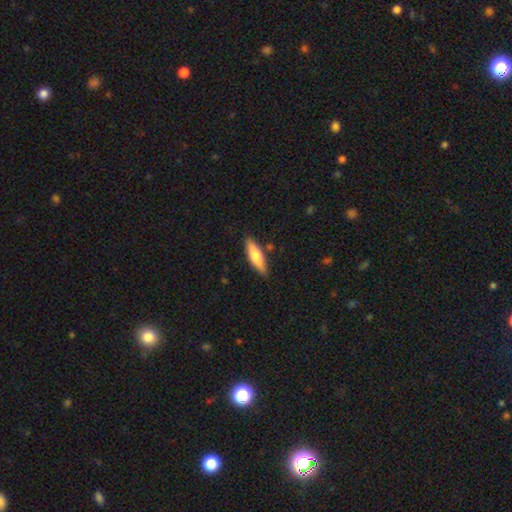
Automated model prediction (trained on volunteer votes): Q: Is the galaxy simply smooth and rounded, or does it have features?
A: smooth — 63%.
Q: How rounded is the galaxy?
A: cigar-shaped — 64%.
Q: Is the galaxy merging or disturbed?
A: none — 84%.